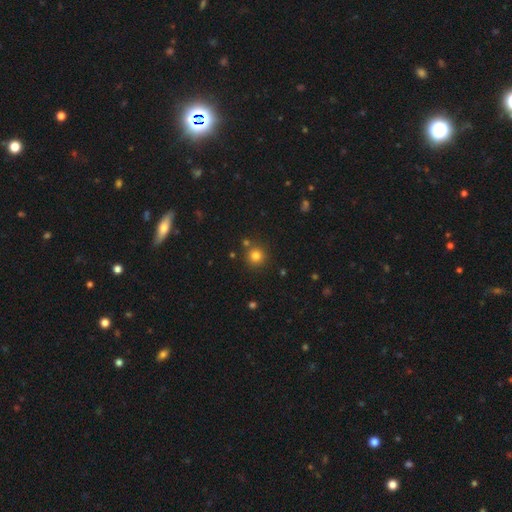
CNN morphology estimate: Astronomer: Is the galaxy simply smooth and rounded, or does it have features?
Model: smooth — 80%.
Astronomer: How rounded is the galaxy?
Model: round — 94%.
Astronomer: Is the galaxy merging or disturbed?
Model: none — 81%.